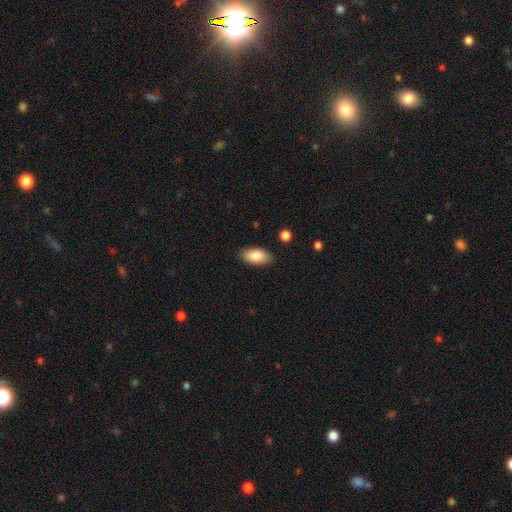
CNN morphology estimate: A smooth galaxy with no disk features (86%) that is in between round and cigar-shaped (93%).

Vote fractions:
- Smooth or featured? smooth: 86% / featured or disk: 7% / star or artifact: 7%
- How rounded? in between: 93% / cigar-shaped: 4% / round: 3%
- Merging? none: 88% / minor disturbance: 9% / major disturbance: 2% / merger: 1%